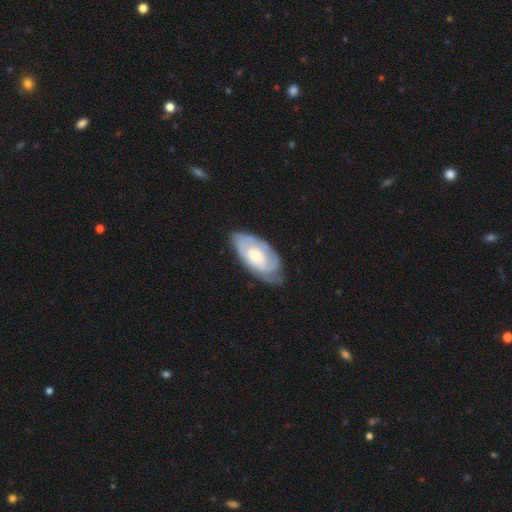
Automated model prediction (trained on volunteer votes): This appears to be a featured or disk galaxy (72%) with no bar (72%), tight (62%) spiral arms (86%) and a moderate central bulge (49%). Merging: none (62%).